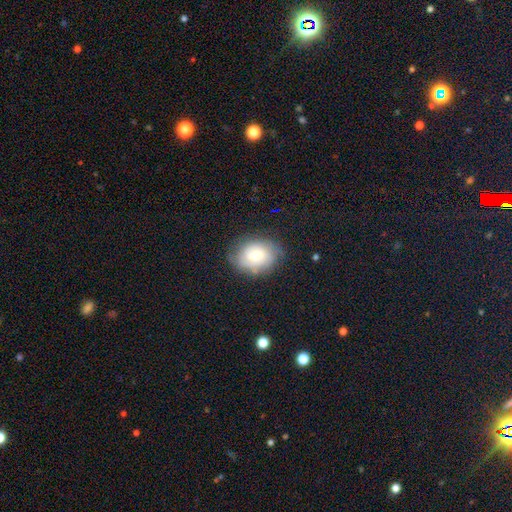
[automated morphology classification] The model was most divided on "smooth or featured": featured or disk: 51%, smooth: 41%, star or artifact: 9%. More confident: edge-on disk — no (95%); merging — none (74%).